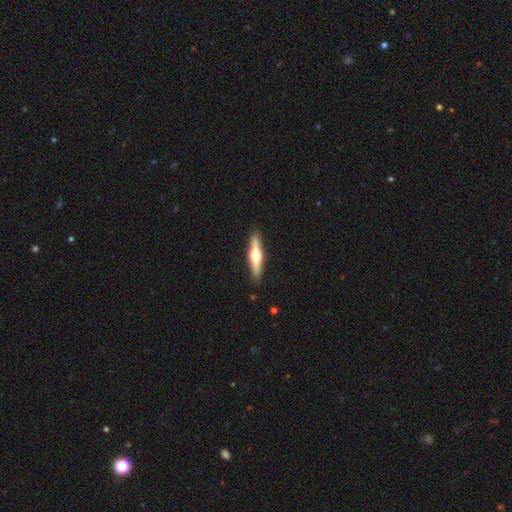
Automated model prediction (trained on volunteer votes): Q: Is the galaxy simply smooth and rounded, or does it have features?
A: featured or disk — 61%.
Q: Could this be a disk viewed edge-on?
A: yes — 96%.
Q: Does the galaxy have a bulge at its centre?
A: rounded — 95%.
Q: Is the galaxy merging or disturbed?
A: none — 90%.